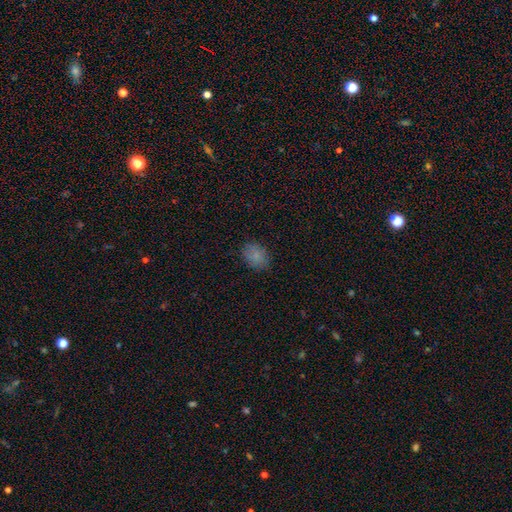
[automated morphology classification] type=smooth (82%); roundness=in between (69%); merging=none (82%).